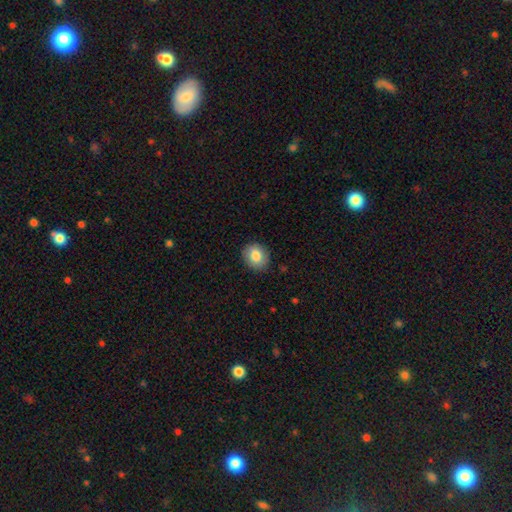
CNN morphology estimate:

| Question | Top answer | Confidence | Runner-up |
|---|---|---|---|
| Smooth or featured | smooth | 82% | featured or disk (10%) |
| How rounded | round | 64% | in between (35%) |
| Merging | none | 88% | minor disturbance (9%) |